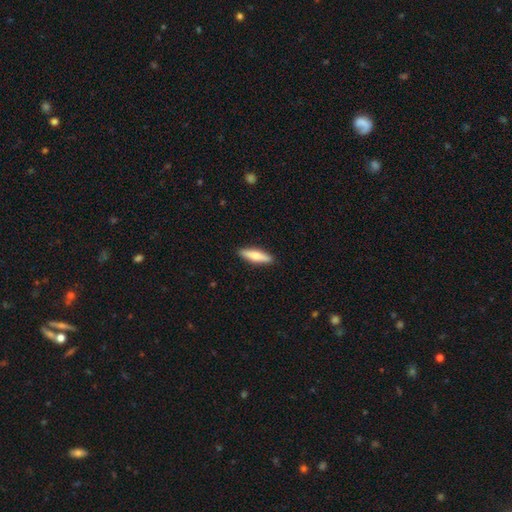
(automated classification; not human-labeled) Smooth or featured?
  - smooth: 66% *
  - featured or disk: 28%
  - star or artifact: 5%
How rounded?
  - cigar-shaped: 74% *
  - in between: 24%
  - round: 2%
Merging?
  - none: 91% *
  - minor disturbance: 7%
  - major disturbance: 1%
  - merger: 1%